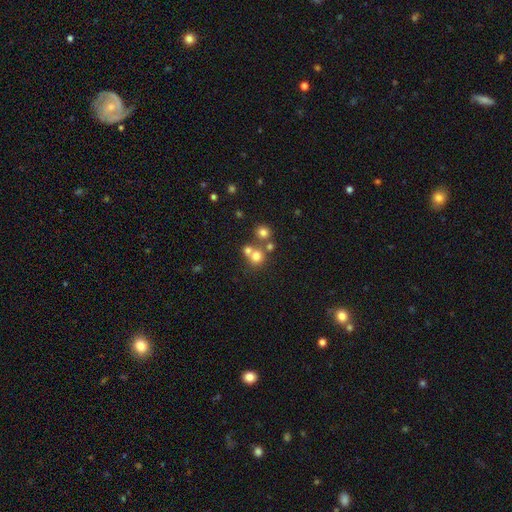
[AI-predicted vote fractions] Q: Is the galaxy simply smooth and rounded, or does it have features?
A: smooth — 68%.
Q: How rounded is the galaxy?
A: round — 85%.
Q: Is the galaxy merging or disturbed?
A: none — 50%.